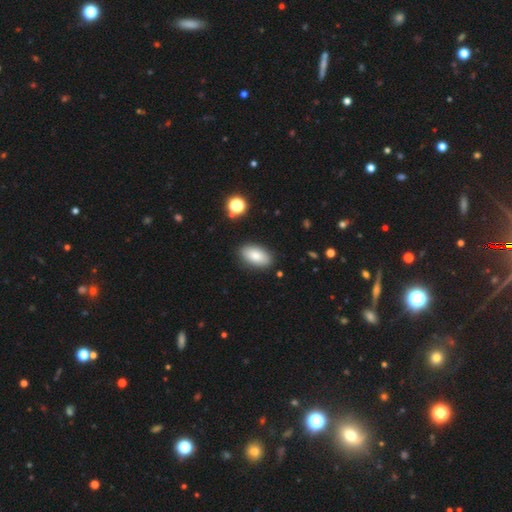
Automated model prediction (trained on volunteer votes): This appears to be a smooth galaxy with no disk features (83%) that is in between round and cigar-shaped (93%). Merging: none (87%).